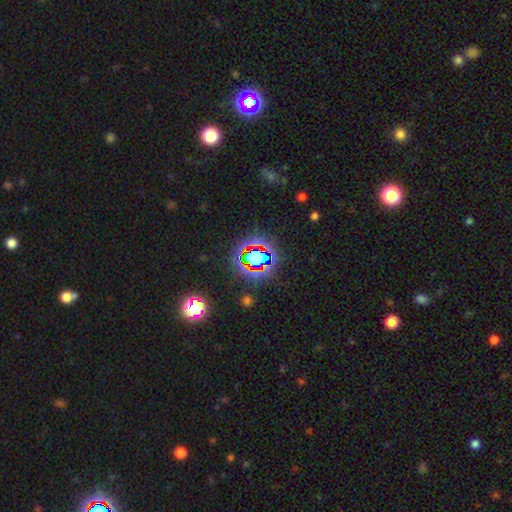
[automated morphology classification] Q: Smooth or featured?
A: star or artifact (68%); runner-up: smooth (19%)